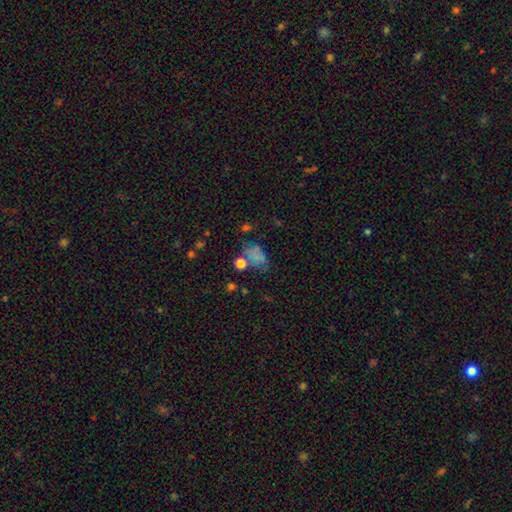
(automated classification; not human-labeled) Smooth or featured?
  - smooth: 61% *
  - star or artifact: 23%
  - featured or disk: 15%
How rounded?
  - in between: 70% *
  - round: 28%
  - cigar-shaped: 2%
Merging?
  - none: 50% *
  - minor disturbance: 21%
  - major disturbance: 15%
  - merger: 14%